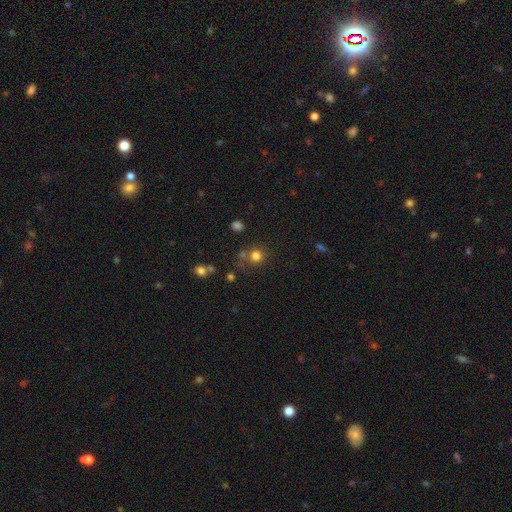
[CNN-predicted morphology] This appears to be a smooth galaxy with no disk features (78%) that is round (89%). Merging: none (69%).